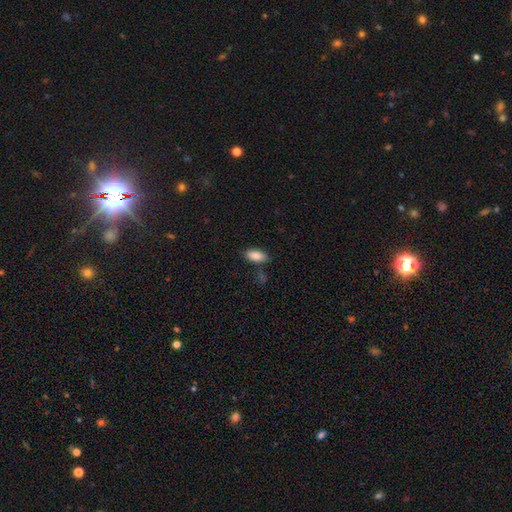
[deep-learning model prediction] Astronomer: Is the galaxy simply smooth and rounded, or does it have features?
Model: smooth — 88%.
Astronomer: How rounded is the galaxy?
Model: in between — 91%.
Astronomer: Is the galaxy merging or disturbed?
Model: none — 80%.